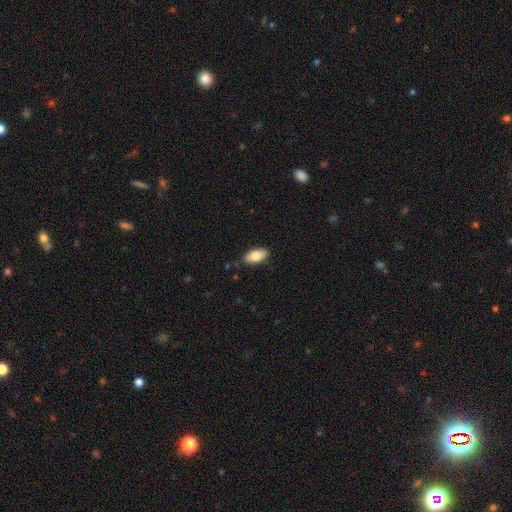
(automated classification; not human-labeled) This appears to be a smooth galaxy with no disk features (82%) that is in between round and cigar-shaped (93%). Merging: none (84%).